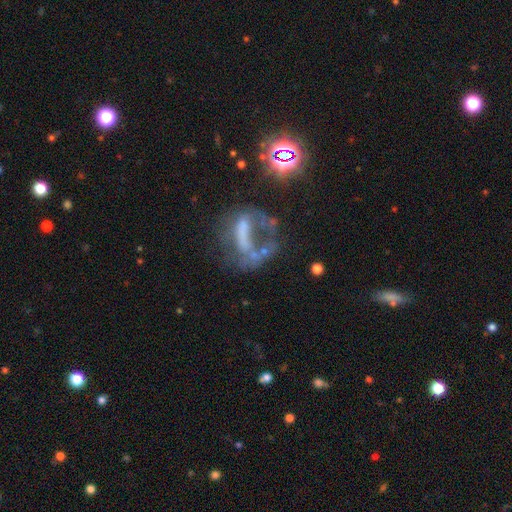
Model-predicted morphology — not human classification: Smooth or featured? Predicted: featured or disk (p=0.51). Edge-on disk? Predicted: no (p=0.92). Merging? Predicted: major disturbance (p=0.43).